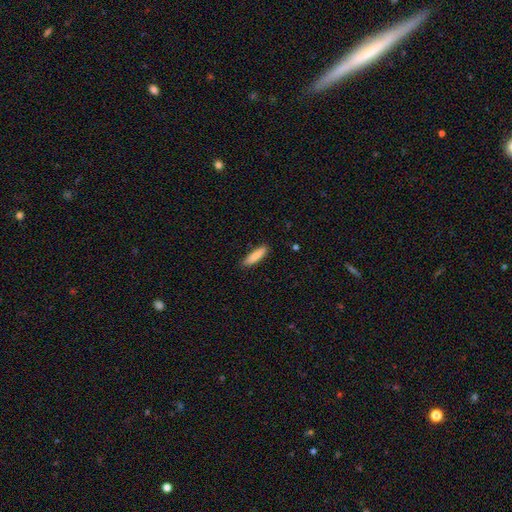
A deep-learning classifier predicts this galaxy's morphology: smooth 85%, featured or disk 9%, star or artifact 6%. Down the decision tree: how rounded — cigar-shaped (75%); merging — none (88%).